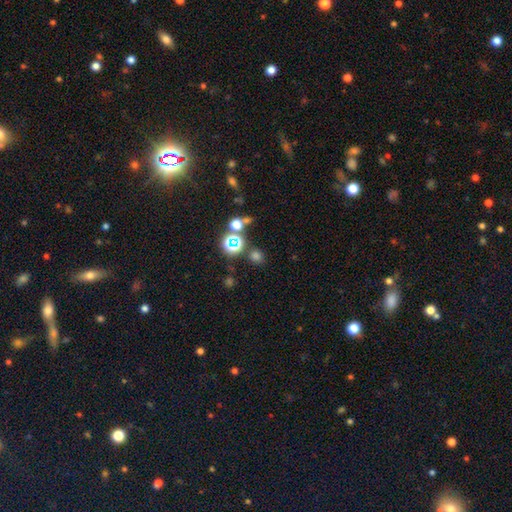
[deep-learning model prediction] Smooth or featured?
  - smooth: 65% *
  - star or artifact: 29%
  - featured or disk: 6%
How rounded?
  - round: 83% *
  - in between: 16%
  - cigar-shaped: 1%
Merging?
  - none: 78% *
  - merger: 9%
  - minor disturbance: 9%
  - major disturbance: 4%